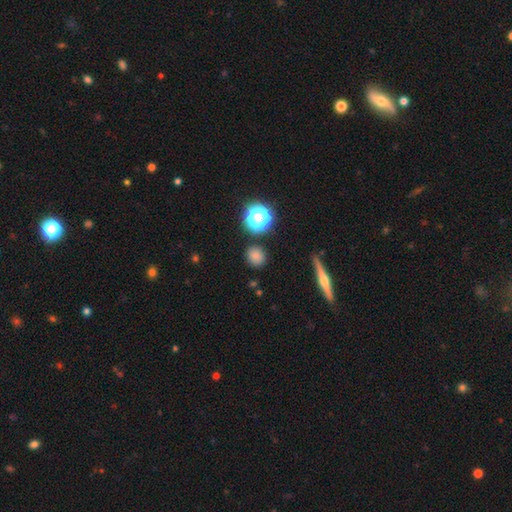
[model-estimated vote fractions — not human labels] Smooth or featured: smooth — 78% (star or artifact — 16%)
How rounded: round — 84% (in between — 14%)
Merging: none — 86% (minor disturbance — 9%)